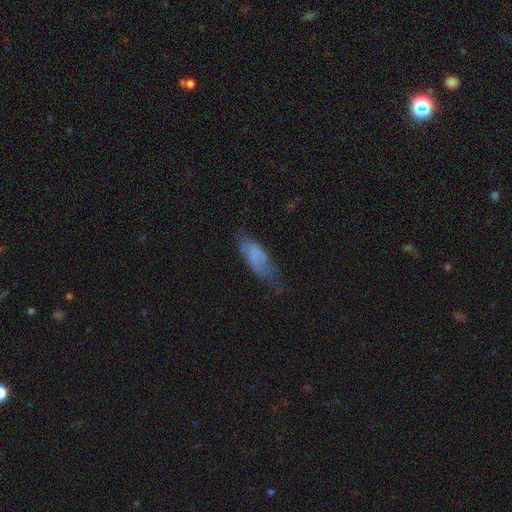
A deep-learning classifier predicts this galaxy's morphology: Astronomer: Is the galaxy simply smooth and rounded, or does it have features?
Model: smooth — 60%.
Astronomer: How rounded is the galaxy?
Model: in between — 61% (runner-up: cigar-shaped, 37%).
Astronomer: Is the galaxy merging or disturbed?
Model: none — 43% (runner-up: minor disturbance, 33%).